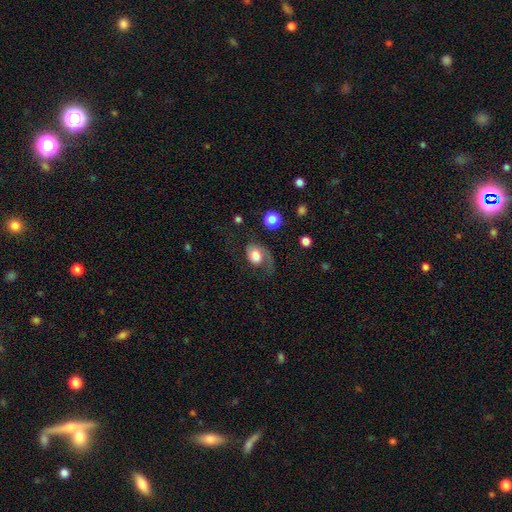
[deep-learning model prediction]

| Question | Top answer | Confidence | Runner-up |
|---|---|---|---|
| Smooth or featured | smooth | 54% | featured or disk (37%) |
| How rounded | in between | 59% | round (40%) |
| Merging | major disturbance | 42% | none (35%) |